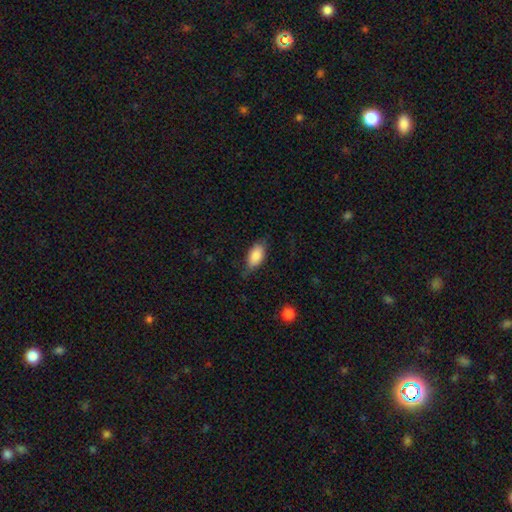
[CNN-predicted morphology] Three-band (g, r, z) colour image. It shows a smooth galaxy with no disk features (84%) that is in between round and cigar-shaped (91%). Merging: none (68%).